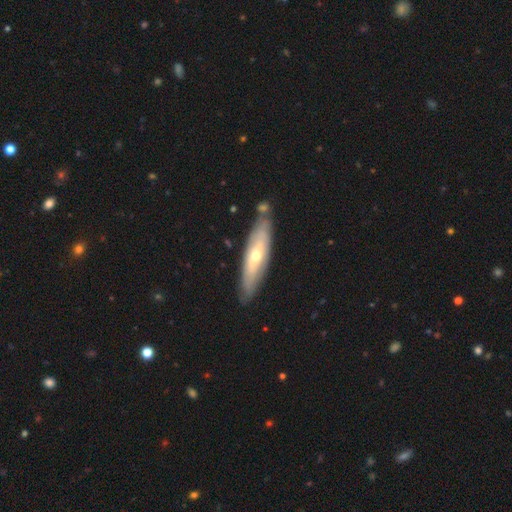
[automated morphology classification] This appears to be a featured or disk galaxy (58%). Merging: none (78%).